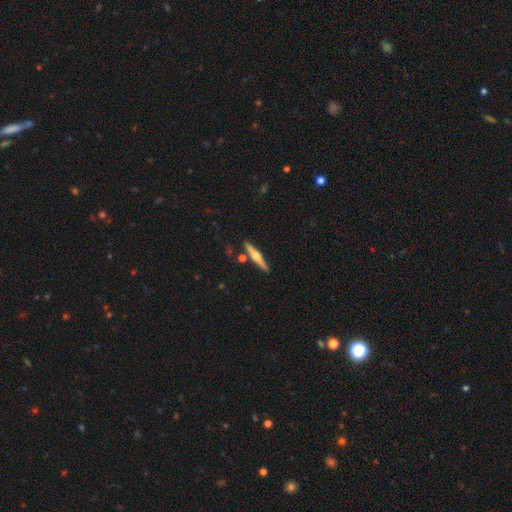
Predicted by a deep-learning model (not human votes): Smooth or featured? featured or disk (64%)
Edge-on disk? yes (97%)
Edge-on bulge? rounded (91%)
Merging? none (86%)